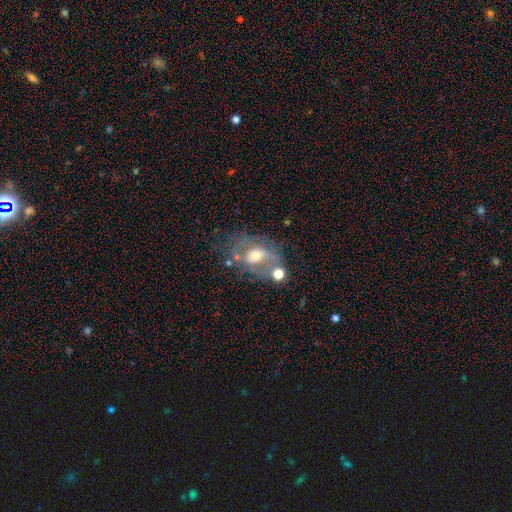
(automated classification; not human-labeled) This is likely a featured or disk galaxy (63%). It is clearly not viewed edge-on (95%). Bar: possibly no (49%). Spiral arm pattern: possibly yes (58%). Central bulge: possibly moderate (60%). Merging: marginally none (38%).